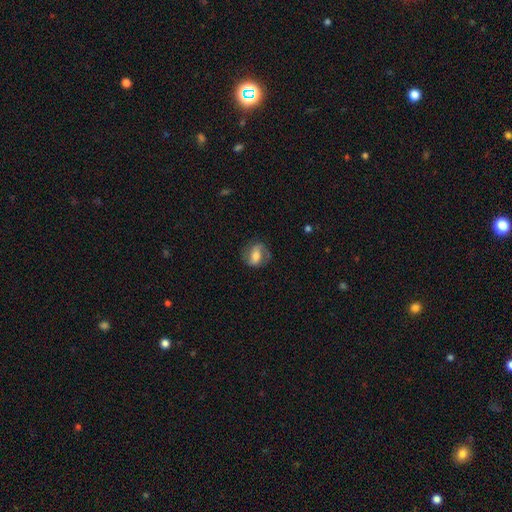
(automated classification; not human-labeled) This appears to be a featured or disk galaxy (55%) with a strong bar (40%), spiral arms (79%) and a moderate central bulge (51%). Merging: none (68%).